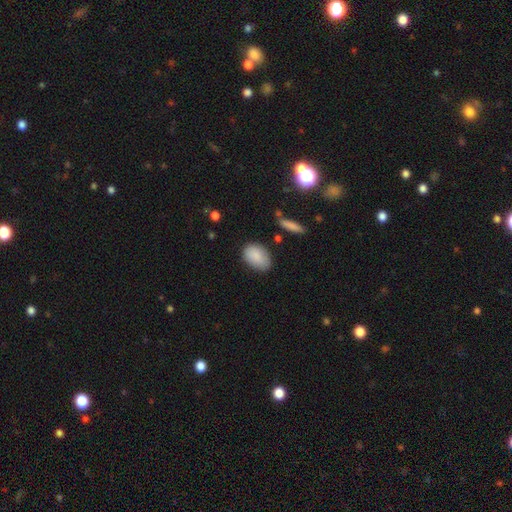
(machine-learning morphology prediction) Smooth or featured?
  - smooth: 87% *
  - star or artifact: 7%
  - featured or disk: 6%
How rounded?
  - in between: 86% *
  - round: 12%
  - cigar-shaped: 1%
Merging?
  - none: 72% *
  - minor disturbance: 21%
  - major disturbance: 4%
  - merger: 3%